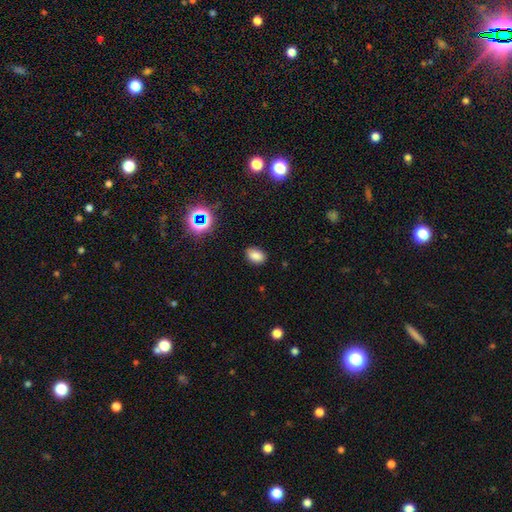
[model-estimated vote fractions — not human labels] Q: Smooth or featured?
A: smooth (81%); runner-up: star or artifact (13%)
Q: How rounded?
A: in between (83%); runner-up: round (16%)
Q: Merging?
A: none (85%); runner-up: minor disturbance (12%)